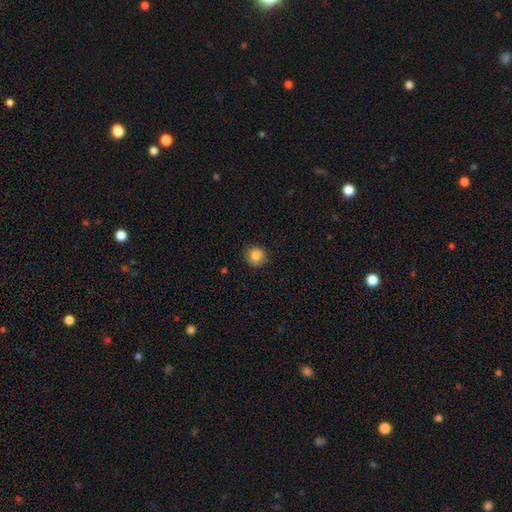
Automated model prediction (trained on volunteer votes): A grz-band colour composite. It shows a smooth galaxy with no disk features (84%) that is round (90%). Merging: none (88%).